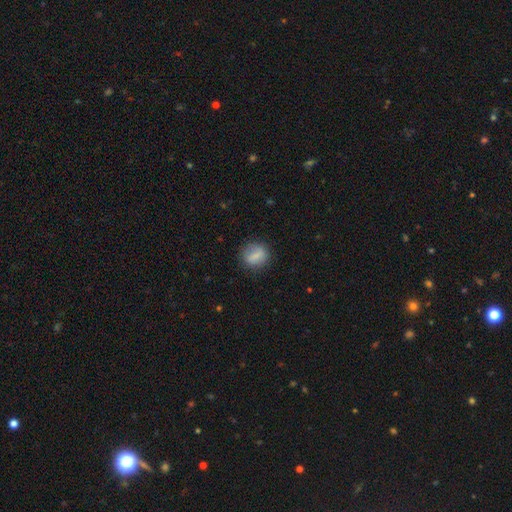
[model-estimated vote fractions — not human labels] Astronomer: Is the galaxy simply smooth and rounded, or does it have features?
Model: smooth — 73%.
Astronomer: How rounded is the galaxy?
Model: round — 67%.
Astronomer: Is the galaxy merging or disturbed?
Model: none — 82%.